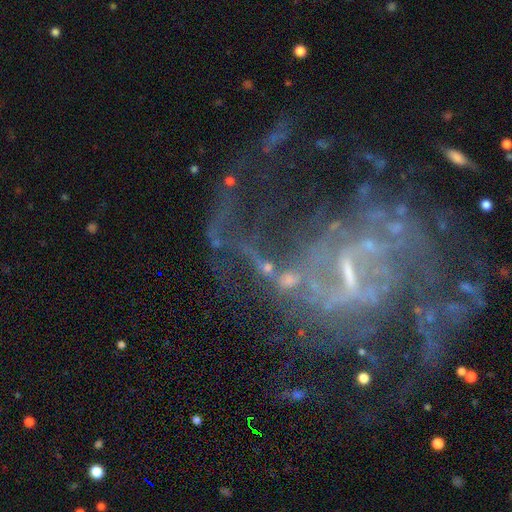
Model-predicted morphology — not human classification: featured or disk 85%, star or artifact 11%, smooth 5%. Down the decision tree: edge-on disk — no (98%); bar — weak (47%); spiral arms — yes (88%); spiral arm count — 2 (51%); spiral winding — loose (46%); bulge size — small (55%); merging — none (38%, tied with major disturbance).